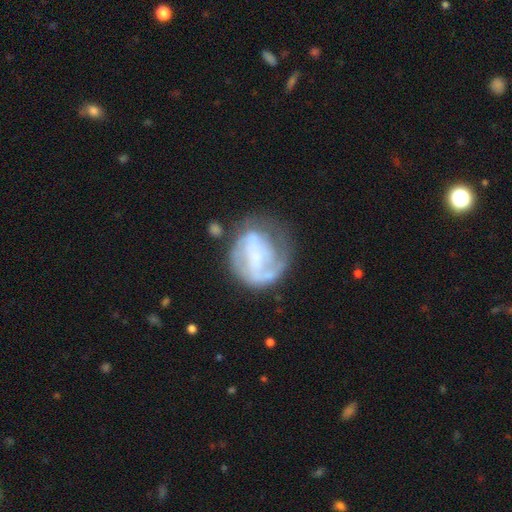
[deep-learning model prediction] Q: Smooth or featured?
A: featured or disk (64%); runner-up: smooth (27%)
Q: Edge-on disk?
A: no (98%); runner-up: yes (2%)
Q: Bar?
A: no (56%); runner-up: weak (28%)
Q: Spiral arms?
A: yes (62%); runner-up: no (38%)
Q: Bulge size?
A: none (50%); runner-up: small (23%)
Q: Merging?
A: none (44%); runner-up: major disturbance (27%)